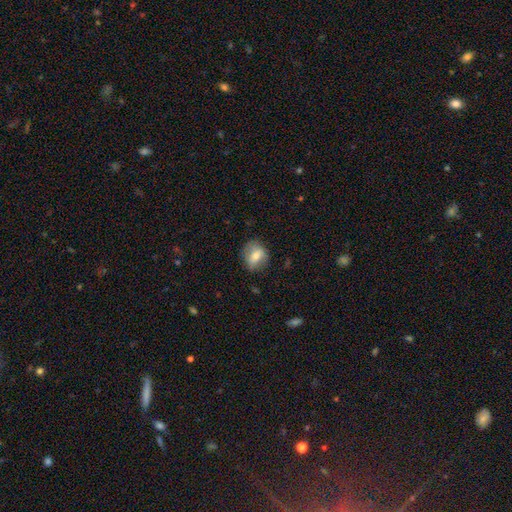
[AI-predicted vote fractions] Overall: smooth (63%; featured or disk 28%). How rounded: round (57%; in between 41%). Merging: none (76%).